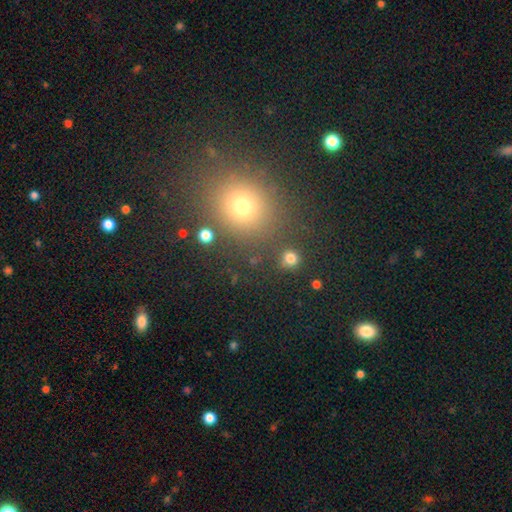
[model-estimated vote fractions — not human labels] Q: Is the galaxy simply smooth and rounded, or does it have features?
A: smooth — 63%.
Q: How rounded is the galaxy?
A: round — 77%.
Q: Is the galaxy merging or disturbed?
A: none — 86%.